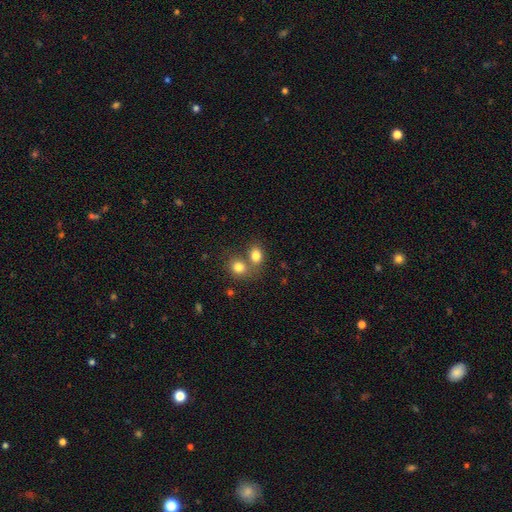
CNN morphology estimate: The model was most divided on "merging" (2-way tie): merger: 44%, none: 44%, minor disturbance: 9%, major disturbance: 3%. More confident: smooth or featured — smooth (81%); how rounded — in between (53%).